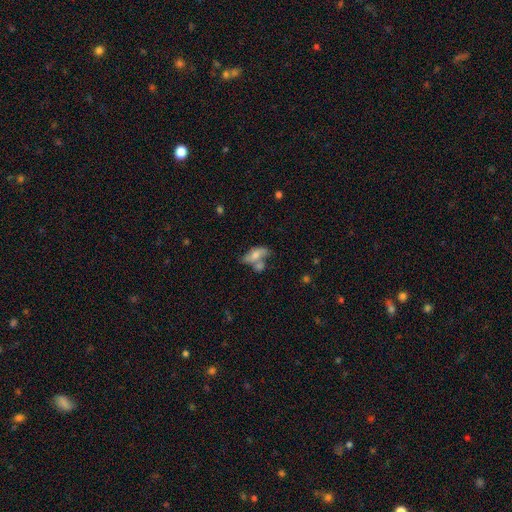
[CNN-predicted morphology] This appears to be a smooth galaxy with no disk features (58%) that is in between round and cigar-shaped (79%). Merging: merger (38%).